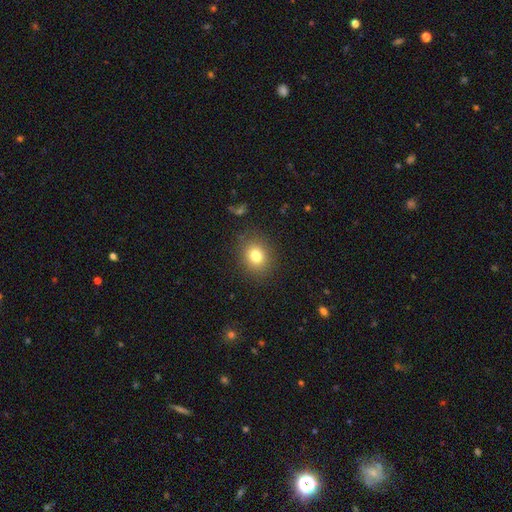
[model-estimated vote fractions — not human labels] smooth_or_featured: smooth (p=0.79) [alt: star or artifact p=0.12]
how_rounded: round (p=0.67) [alt: in between p=0.33]
merging: none (p=0.86) [alt: minor disturbance p=0.09]